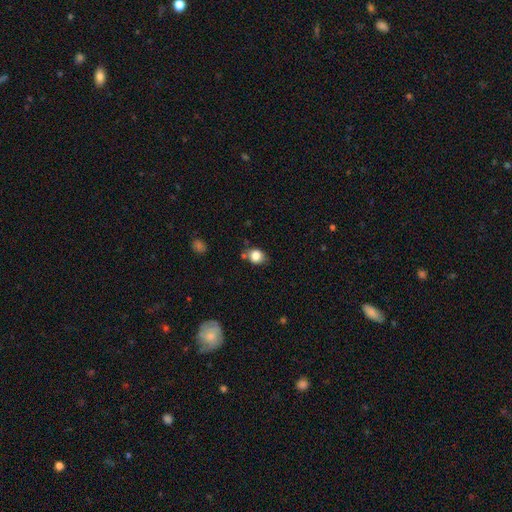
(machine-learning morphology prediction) smooth 82%, star or artifact 10%, featured or disk 8%. Down the decision tree: how rounded — round (59%); merging — none (68%).